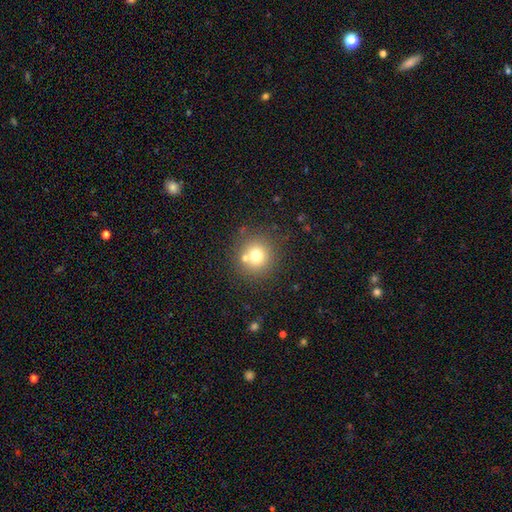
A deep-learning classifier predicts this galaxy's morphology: smooth 73%, star or artifact 15%, featured or disk 12%. Down the decision tree: how rounded — round (92%); merging — none (74%).